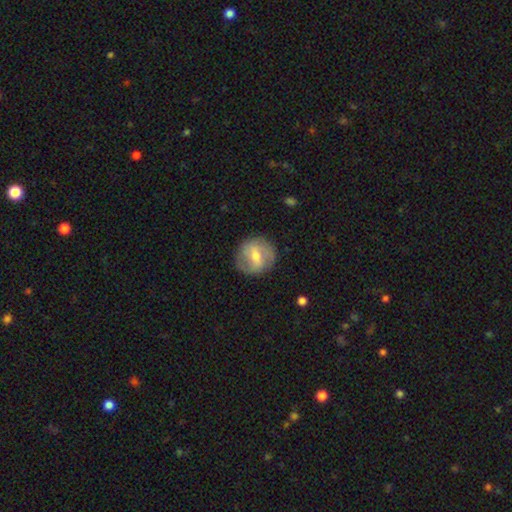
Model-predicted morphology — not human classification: A featured or disk galaxy (57%) with a weak bar (51%), spiral arms (69%) and a moderate central bulge (56%). Merging: none (80%).